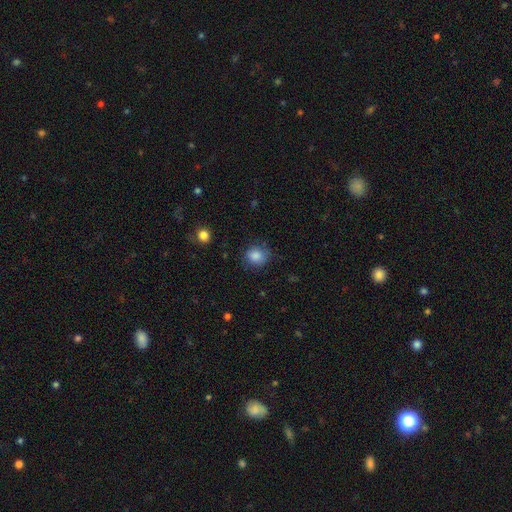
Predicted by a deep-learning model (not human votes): Smooth or featured?
  - smooth: 84% *
  - star or artifact: 9%
  - featured or disk: 7%
How rounded?
  - round: 81% *
  - in between: 18%
  - cigar-shaped: 1%
Merging?
  - none: 75% *
  - minor disturbance: 18%
  - major disturbance: 6%
  - merger: 1%